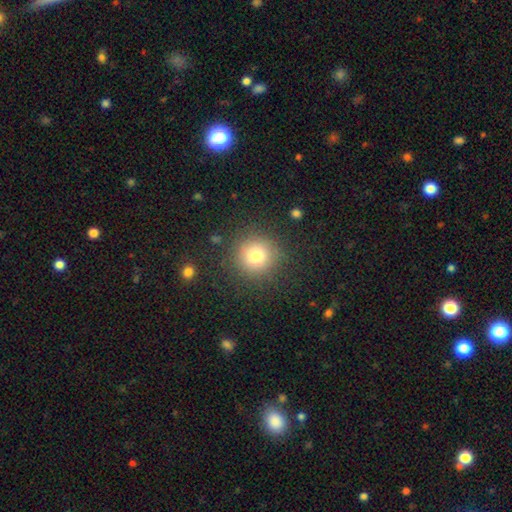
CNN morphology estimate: Q: Smooth or featured?
A: smooth (76%); runner-up: star or artifact (14%)
Q: How rounded?
A: round (94%); runner-up: in between (5%)
Q: Merging?
A: none (86%); runner-up: minor disturbance (9%)